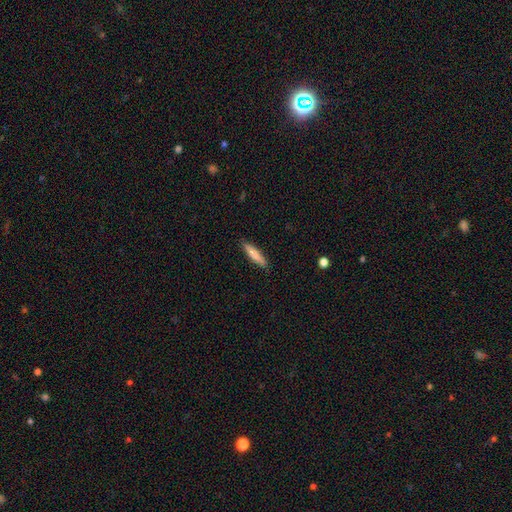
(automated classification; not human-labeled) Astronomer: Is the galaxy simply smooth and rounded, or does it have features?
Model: smooth — 80%.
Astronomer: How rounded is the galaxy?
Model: cigar-shaped — 88%.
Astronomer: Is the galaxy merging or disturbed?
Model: none — 89%.